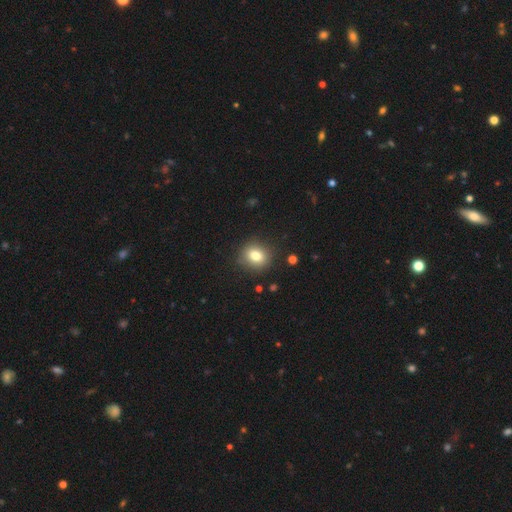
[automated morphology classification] type=smooth (80%); roundness=round (70%); merging=none (87%).